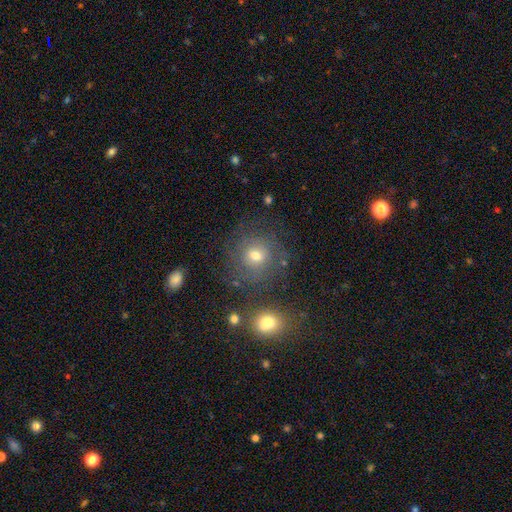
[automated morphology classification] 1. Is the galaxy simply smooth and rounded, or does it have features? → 58% smooth, 26% featured or disk, 16% star or artifact.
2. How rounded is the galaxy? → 83% round, 16% in between, 1% cigar-shaped.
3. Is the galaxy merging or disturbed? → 69% none, 14% minor disturbance, 9% major disturbance, 8% merger.